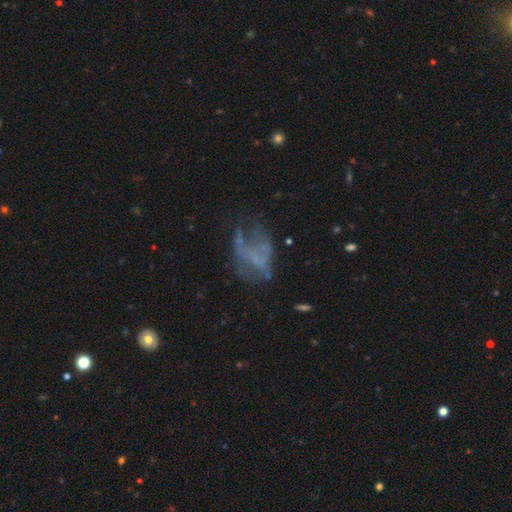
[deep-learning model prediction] A featured or disk galaxy (57%) with no bar (82%), no spiral arms (77%) and no central bulge (79%). Merging: major disturbance (45%).